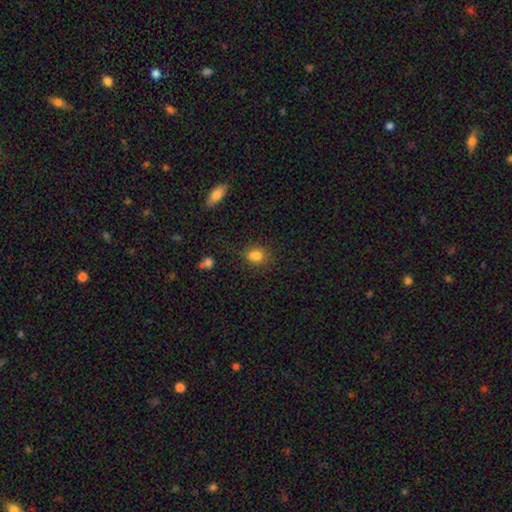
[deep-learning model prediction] The model was most divided on "how rounded": in between: 55%, round: 43%, cigar-shaped: 2%. More confident: smooth or featured — smooth (83%); merging — none (74%).